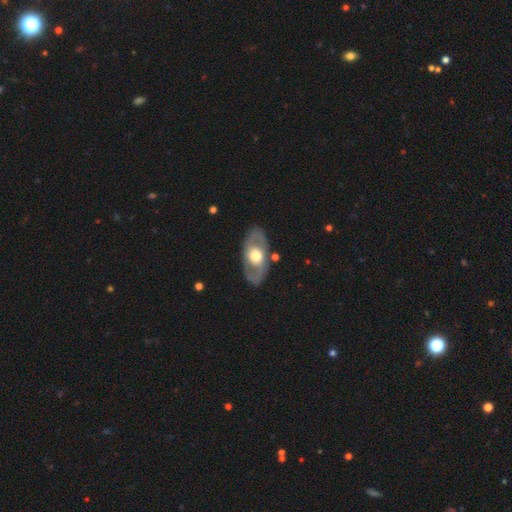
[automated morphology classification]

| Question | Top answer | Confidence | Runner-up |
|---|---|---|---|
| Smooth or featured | featured or disk | 65% | smooth (31%) |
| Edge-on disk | no | 86% | yes (14%) |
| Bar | no | 81% | weak (14%) |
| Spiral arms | no | 65% | yes (35%) |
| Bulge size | moderate | 53% | large (40%) |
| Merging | none | 84% | minor disturbance (10%) |